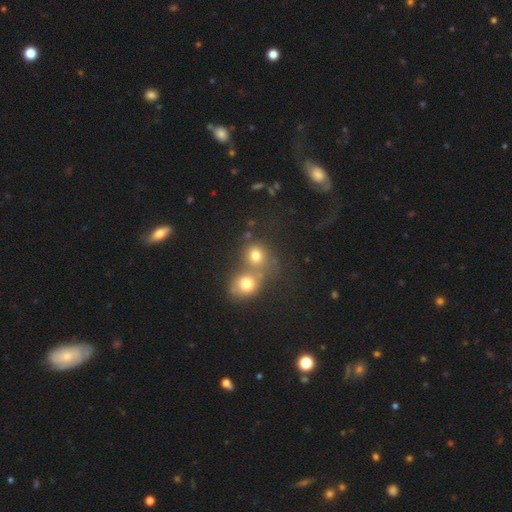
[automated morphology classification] The model was most divided on "merging": merger: 53%, none: 37%, minor disturbance: 7%, major disturbance: 4%. More confident: how rounded — round (79%); smooth or featured — smooth (74%).